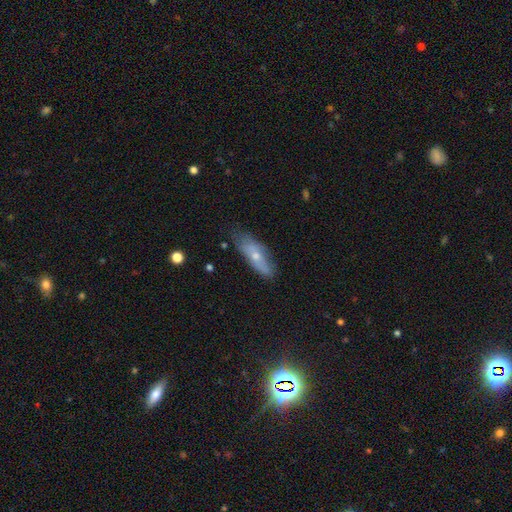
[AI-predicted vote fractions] This is possibly a smooth galaxy (54%). How rounded: possibly in between (52%). Merging: likely none (64%).